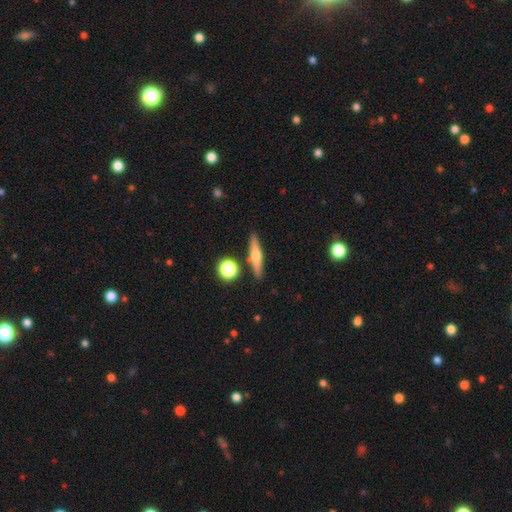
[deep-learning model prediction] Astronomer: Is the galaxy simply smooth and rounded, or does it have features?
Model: featured or disk — 51% (runner-up: smooth, 42%).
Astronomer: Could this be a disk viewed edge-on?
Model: yes — 95%.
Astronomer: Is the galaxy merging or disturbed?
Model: none — 86%.